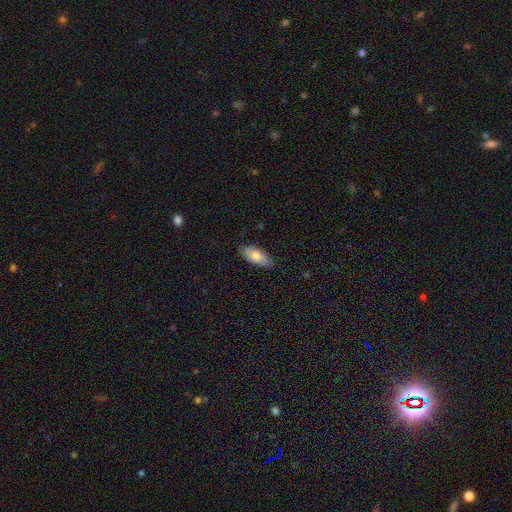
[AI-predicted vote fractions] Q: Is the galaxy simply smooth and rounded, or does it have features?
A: smooth — 79%.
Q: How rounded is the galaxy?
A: in between — 83%.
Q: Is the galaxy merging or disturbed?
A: none — 86%.